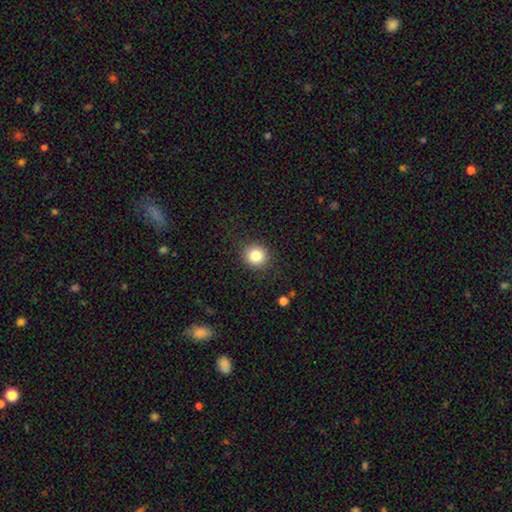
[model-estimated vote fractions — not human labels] smooth 83%, star or artifact 11%, featured or disk 6%. Down the decision tree: how rounded — round (88%); merging — none (89%).